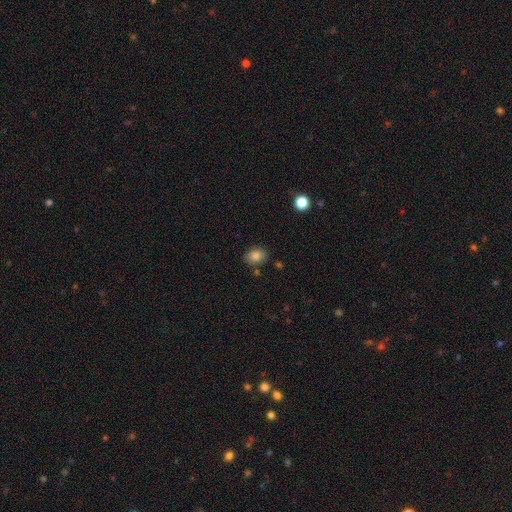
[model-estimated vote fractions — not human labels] The model was most divided on "how rounded": in between: 55%, round: 44%, cigar-shaped: 1%. More confident: smooth or featured — smooth (83%); merging — none (82%).